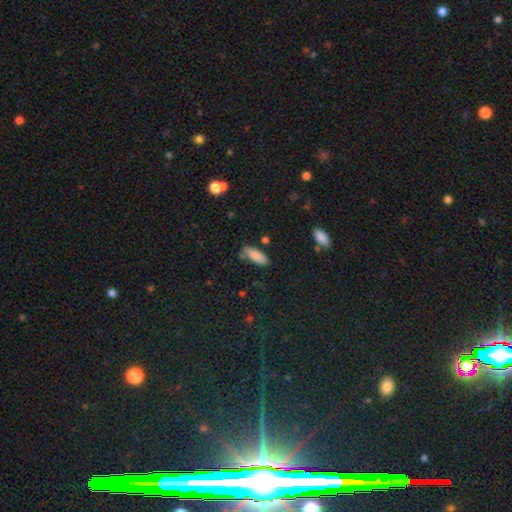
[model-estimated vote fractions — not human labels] Smooth or featured? Predicted: smooth (p=0.86). How rounded? Predicted: in between (p=0.76). Merging? Predicted: none (p=0.71).